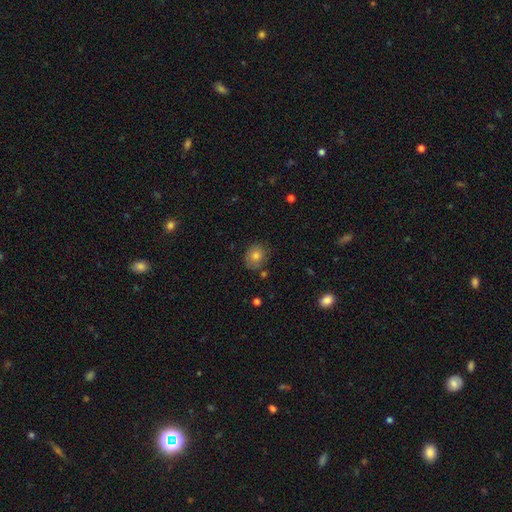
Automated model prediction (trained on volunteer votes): The model was most divided on "how rounded": round: 65%, in between: 34%, cigar-shaped: 1%. More confident: merging — none (78%); smooth or featured — smooth (76%).